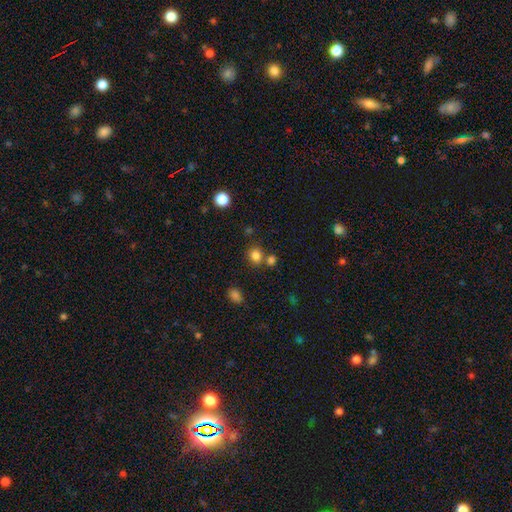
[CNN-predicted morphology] A smooth galaxy with no disk features (82%) that is round (76%). Merging: none (68%).